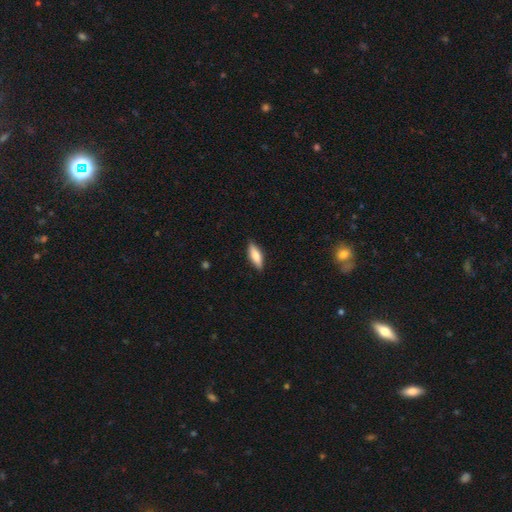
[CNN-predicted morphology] The model was most divided on "how rounded": in between: 57%, cigar-shaped: 41%, round: 2%. More confident: merging — none (88%); smooth or featured — smooth (77%).